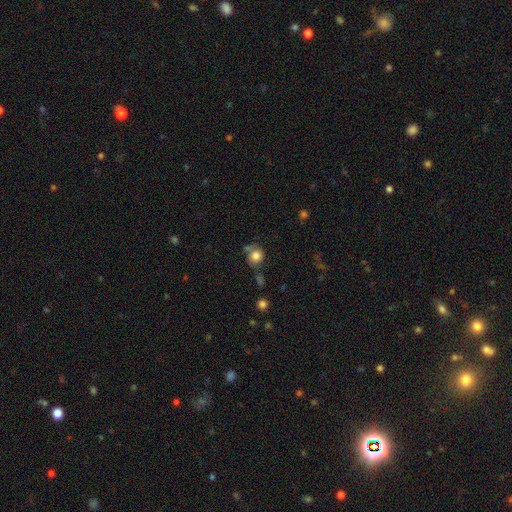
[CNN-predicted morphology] This is clearly a smooth galaxy (81%). How rounded: clearly round (84%). Merging: likely none (61%).